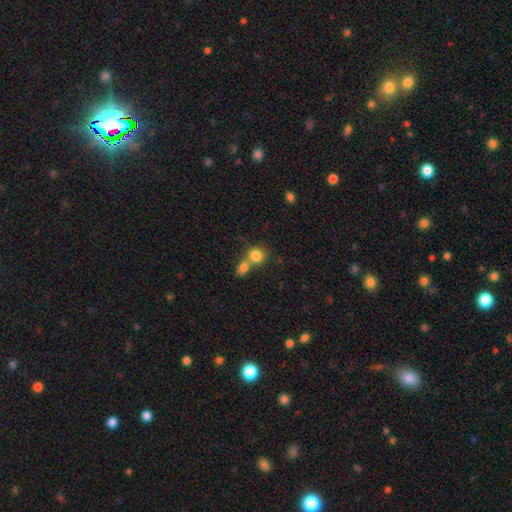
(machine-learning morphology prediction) This appears to be a smooth galaxy with no disk features (83%) that is round (79%). Merging: merger (51%).